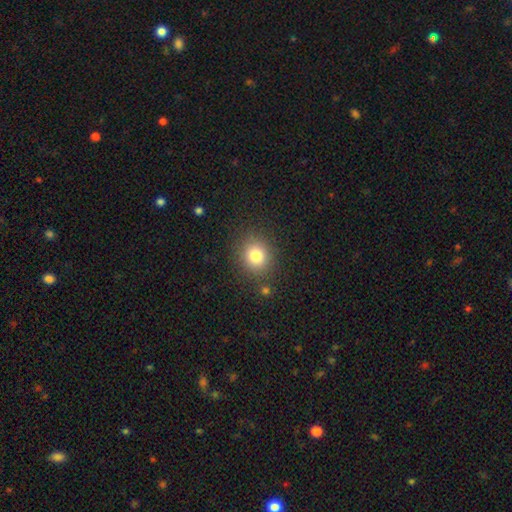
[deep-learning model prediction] A smooth galaxy with no disk features (80%) that is round (79%).

Vote fractions:
- Smooth or featured? smooth: 80% / star or artifact: 13% / featured or disk: 8%
- How rounded? round: 79% / in between: 20% / cigar-shaped: 1%
- Merging? none: 85% / minor disturbance: 9% / major disturbance: 3% / merger: 3%